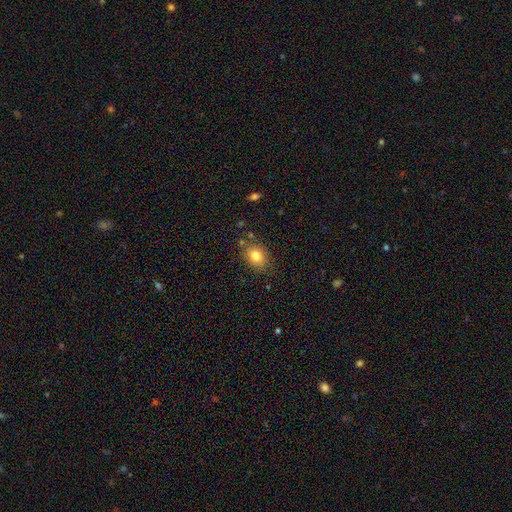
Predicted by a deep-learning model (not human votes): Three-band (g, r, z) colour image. It shows a smooth galaxy with no disk features (81%) that is round (50%). Merging: none (79%).